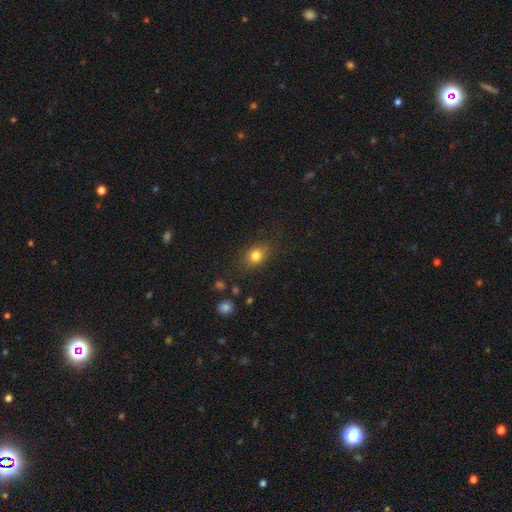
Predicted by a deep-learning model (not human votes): This is clearly a smooth galaxy (80%). How rounded: possibly in between (49%, tied with round). Merging: likely none (79%).